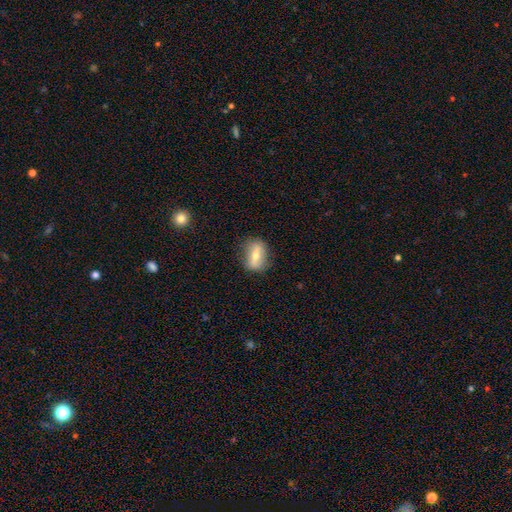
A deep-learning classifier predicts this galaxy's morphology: smooth 53%, featured or disk 39%, star or artifact 8%. Down the decision tree: how rounded — in between (71%); merging — none (79%).